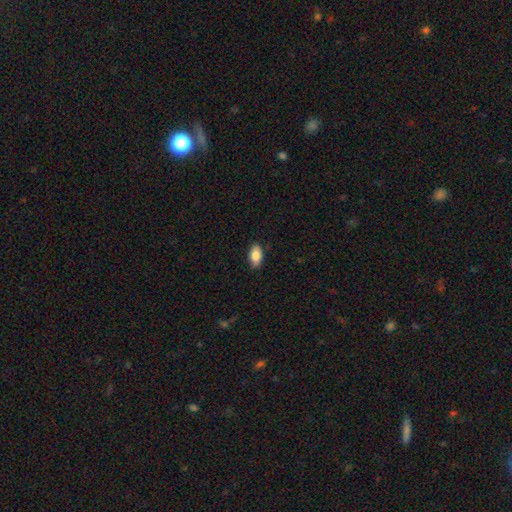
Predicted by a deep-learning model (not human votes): Smooth or featured: smooth — 86% (featured or disk — 8%)
How rounded: in between — 92% (round — 4%)
Merging: none — 87% (minor disturbance — 10%)